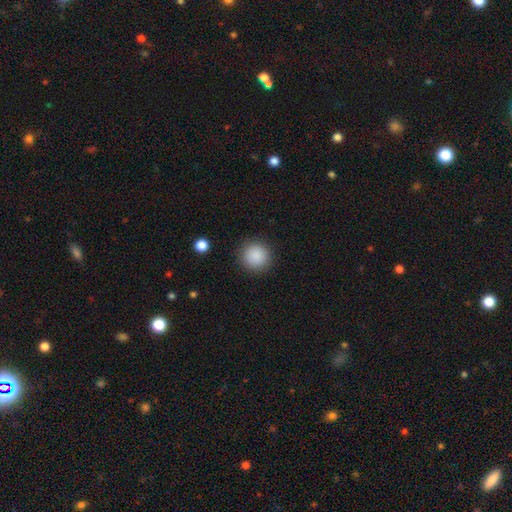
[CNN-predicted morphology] Smooth or featured: smooth — 88% (star or artifact — 8%)
How rounded: round — 94% (in between — 5%)
Merging: none — 90% (minor disturbance — 6%)